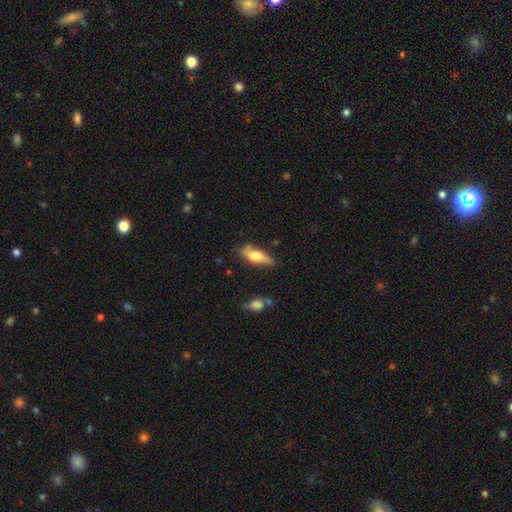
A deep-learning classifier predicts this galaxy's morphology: smooth_or_featured: smooth (p=0.59) [alt: featured or disk p=0.34]
how_rounded: in between (p=0.62) [alt: cigar-shaped p=0.35]
merging: none (p=0.63) [alt: minor disturbance p=0.25]